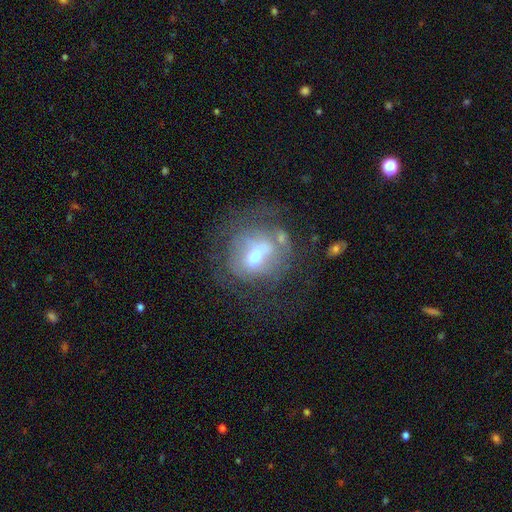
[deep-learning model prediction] Overall: featured or disk (56%; smooth 33%). Edge-on disk: no (95%). Bar: no (49%; weak 37%). Spiral arms: no (62%; yes 38%). Bulge size: moderate (61%; small 23%). Merging: none (45%; major disturbance 24%).